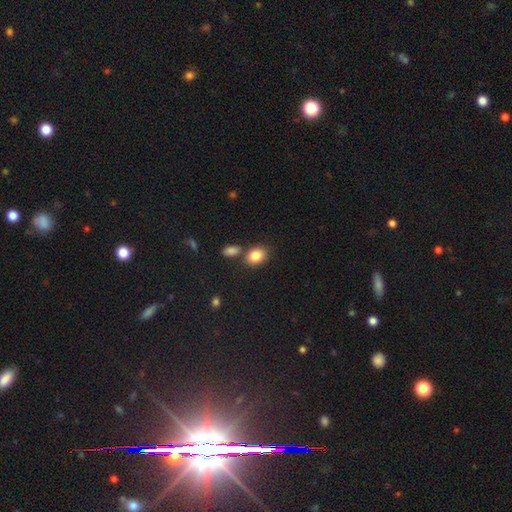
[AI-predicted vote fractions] Q: Smooth or featured?
A: smooth (85%); runner-up: star or artifact (9%)
Q: How rounded?
A: in between (67%); runner-up: round (32%)
Q: Merging?
A: none (67%); runner-up: merger (18%)